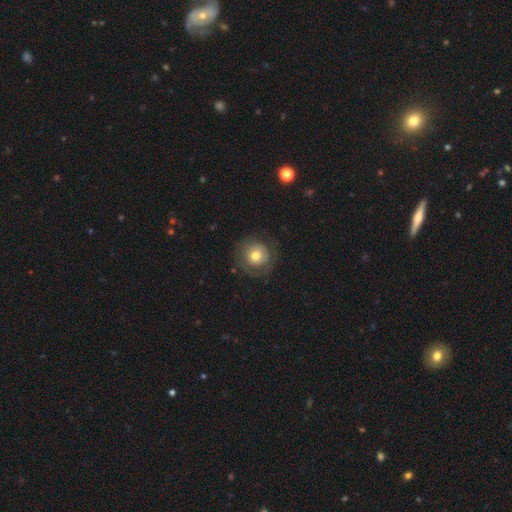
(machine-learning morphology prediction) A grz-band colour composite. It shows a smooth galaxy with no disk features (56%) that is round (92%). Merging: none (71%).